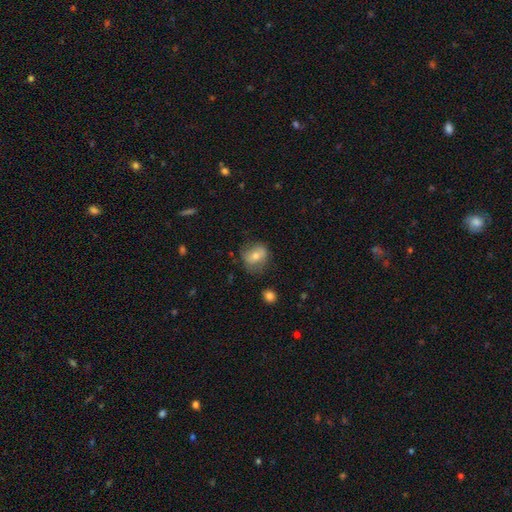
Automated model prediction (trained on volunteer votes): Q: Smooth or featured?
A: smooth (57%); runner-up: featured or disk (33%)
Q: How rounded?
A: round (58%); runner-up: in between (41%)
Q: Merging?
A: none (69%); runner-up: minor disturbance (21%)